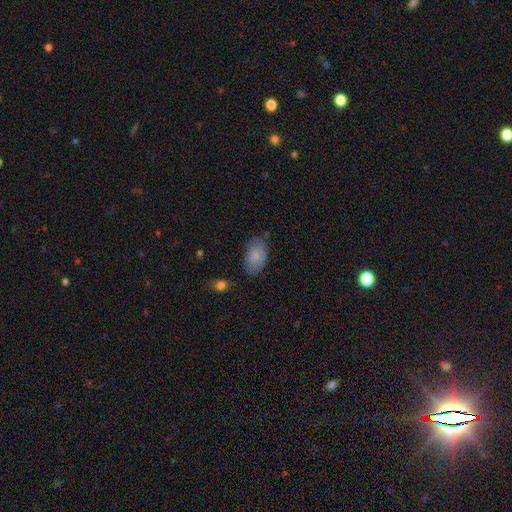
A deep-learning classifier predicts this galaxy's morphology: Smooth or featured?
  - smooth: 83% *
  - featured or disk: 11%
  - star or artifact: 7%
How rounded?
  - in between: 93% *
  - round: 6%
  - cigar-shaped: 1%
Merging?
  - none: 75% *
  - minor disturbance: 18%
  - major disturbance: 4%
  - merger: 3%